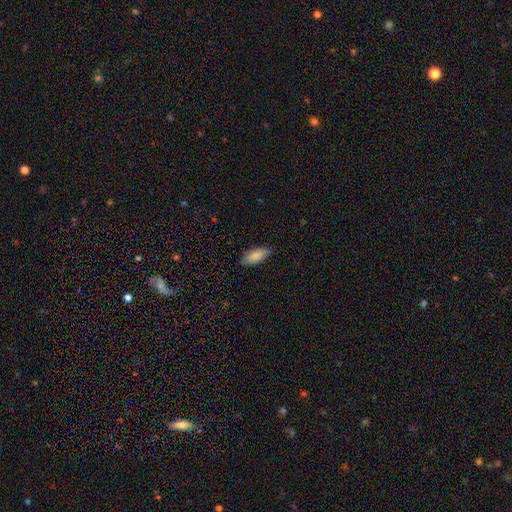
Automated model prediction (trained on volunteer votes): A smooth galaxy with no disk features (86%) that is in between round and cigar-shaped (78%).

Vote fractions:
- Smooth or featured? smooth: 86% / featured or disk: 8% / star or artifact: 6%
- How rounded? in between: 78% / cigar-shaped: 20% / round: 2%
- Merging? none: 84% / minor disturbance: 13% / major disturbance: 2% / merger: 1%